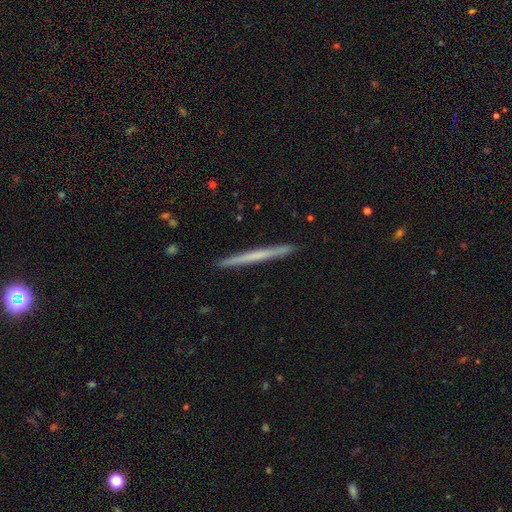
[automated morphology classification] A featured or disk galaxy (47%, tied with smooth).

Vote fractions:
- Smooth or featured? featured or disk: 47% (tied) / smooth: 47% (tied) / star or artifact: 6%
- Merging? none: 93% / minor disturbance: 5% / major disturbance: 1% / merger: 1%